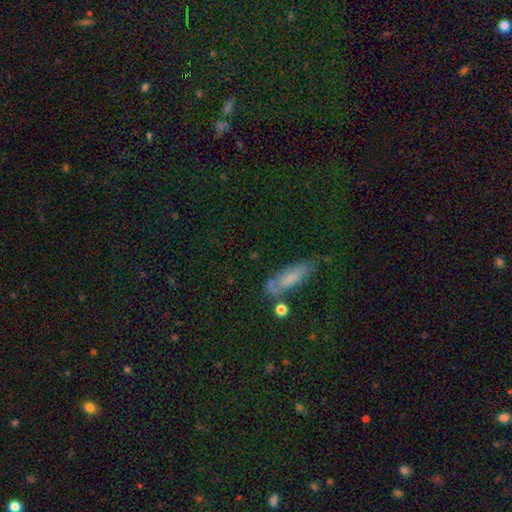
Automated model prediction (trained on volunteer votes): Smooth or featured?
  - smooth: 48% *
  - star or artifact: 30%
  - featured or disk: 22%
Merging?
  - none: 61% *
  - minor disturbance: 18%
  - merger: 12%
  - major disturbance: 9%